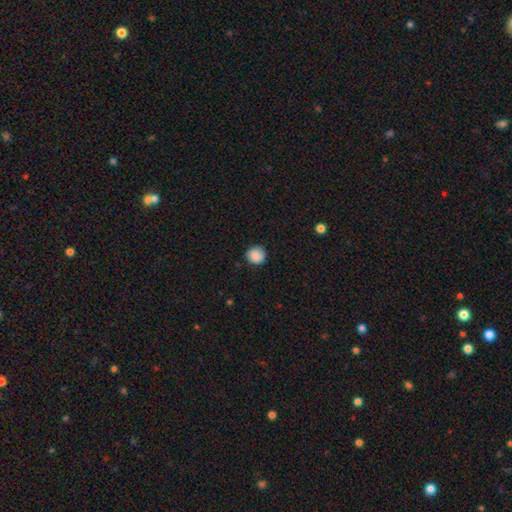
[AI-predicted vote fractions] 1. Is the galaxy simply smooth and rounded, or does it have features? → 86% smooth, 8% star or artifact, 5% featured or disk.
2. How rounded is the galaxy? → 91% round, 8% in between, 1% cigar-shaped.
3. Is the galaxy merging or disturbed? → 83% none, 13% minor disturbance, 3% major disturbance, 1% merger.